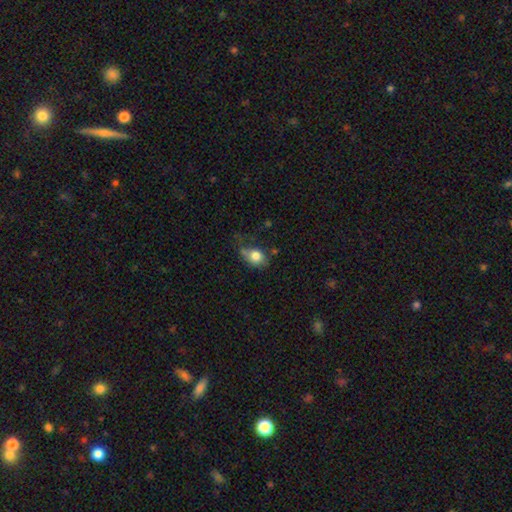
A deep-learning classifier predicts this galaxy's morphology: A smooth galaxy with no disk features (78%) that is round (51%). Merging: none (40%).